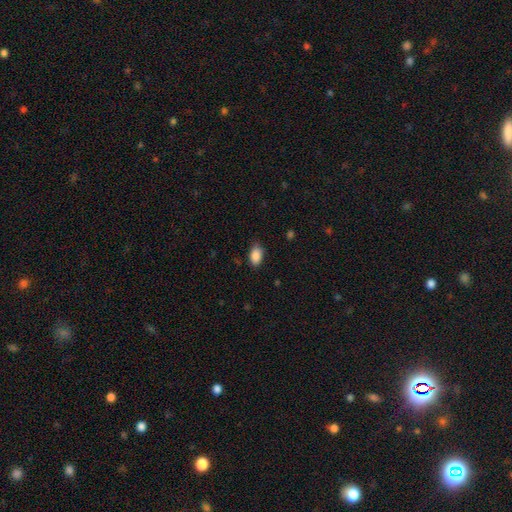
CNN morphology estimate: smooth-or-featured: smooth: 88% | star or artifact: 8% | featured or disk: 5%
  how-rounded: in between: 91% | round: 7% | cigar-shaped: 2%
  merging: none: 82% | minor disturbance: 15% | major disturbance: 3% | merger: 1%